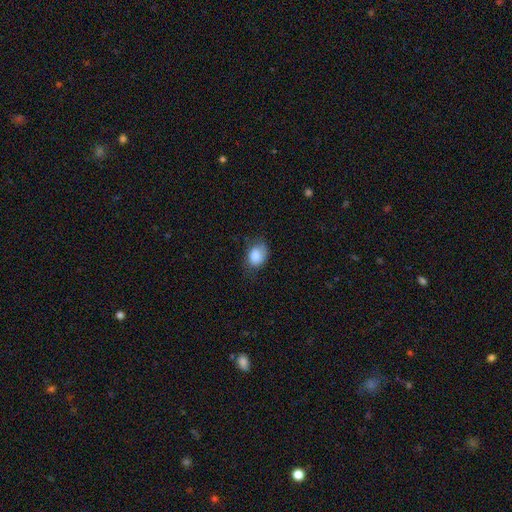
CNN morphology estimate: Smooth or featured? smooth (83%)
How rounded? in between (66%)
Merging? none (58%)